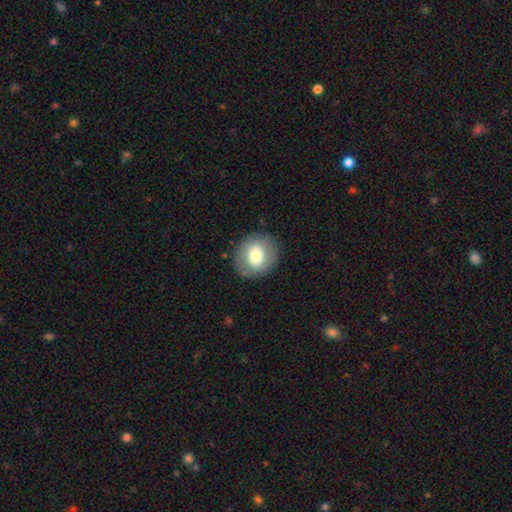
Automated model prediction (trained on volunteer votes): smooth 72%, featured or disk 20%, star or artifact 8%. Down the decision tree: how rounded — round (76%); merging — none (84%).